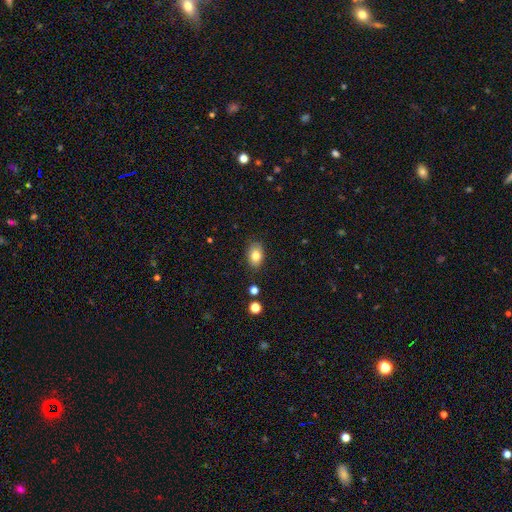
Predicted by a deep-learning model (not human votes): smooth-or-featured: smooth: 81% | featured or disk: 9% | star or artifact: 9%
  how-rounded: in between: 82% | round: 17% | cigar-shaped: 1%
  merging: none: 84% | minor disturbance: 12% | major disturbance: 3% | merger: 2%